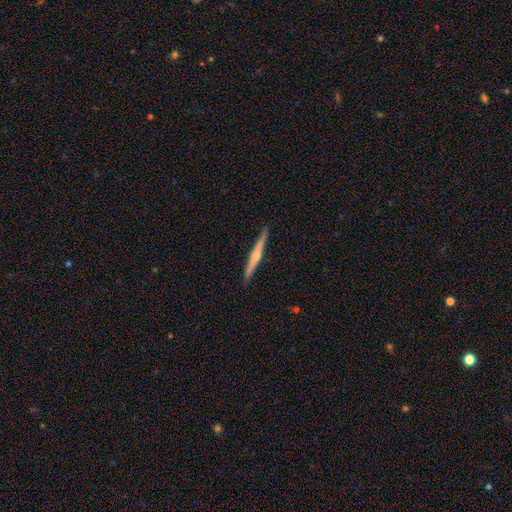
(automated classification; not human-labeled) Smooth or featured? featured or disk (72%)
Edge-on disk? yes (98%)
Edge-on bulge? rounded (80%)
Merging? none (91%)